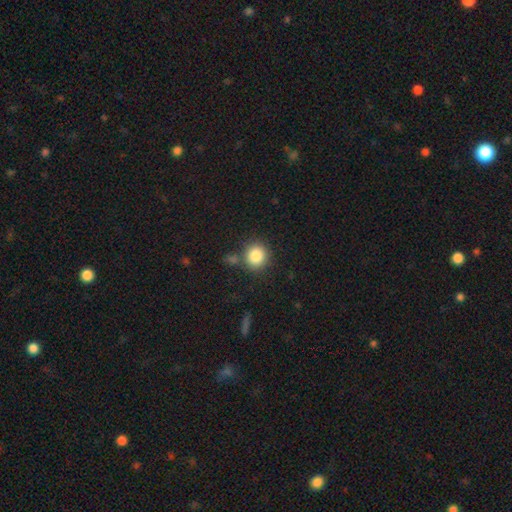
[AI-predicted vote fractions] Morphology: type=smooth (85%); roundness=round (87%); merging=none (75%).